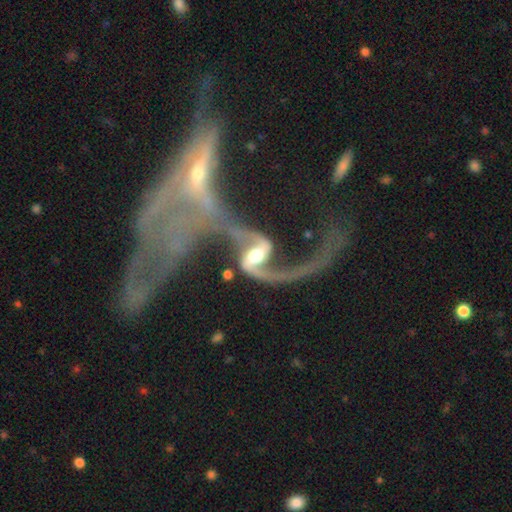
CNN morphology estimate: Smooth or featured?
  - featured or disk: 90% *
  - smooth: 5%
  - star or artifact: 5%
Edge-on disk?
  - no: 95% *
  - yes: 5%
Bar?
  - strong: 44% *
  - weak: 36%
  - no: 20%
Spiral arms?
  - yes: 95% *
  - no: 5%
Spiral winding?
  - loose: 86% *
  - medium: 10%
  - tight: 4%
Spiral arm count?
  - 2: 91% *
  - 1: 4%
  - can't tell: 2%
  - 3: 1%
  - 4: 1%
  - more than 4: 1%
Bulge size?
  - moderate: 65% *
  - large: 15%
  - small: 15%
  - none: 3%
  - dominant: 2%
Merging?
  - merger: 53% *
  - none: 22%
  - major disturbance: 16%
  - minor disturbance: 8%